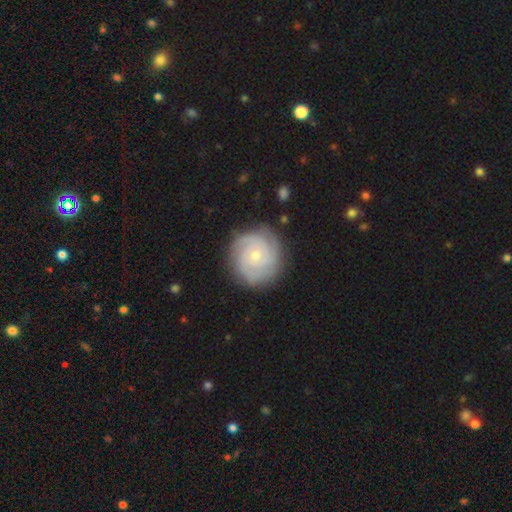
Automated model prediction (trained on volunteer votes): smooth_or_featured: featured or disk (p=0.80) [alt: smooth p=0.15]
disk_edge_on: no (p=0.98) [alt: yes p=0.02]
bar: no (p=0.76) [alt: weak p=0.21]
has_spiral_arms: yes (p=0.96) [alt: no p=0.04]
spiral_winding: tight (p=0.74) [alt: medium p=0.22]
spiral_arm_count: 3 (p=0.36) [alt: can't tell p=0.22]
bulge_size: small (p=0.73) [alt: moderate p=0.24]
merging: none (p=0.83) [alt: minor disturbance p=0.12]